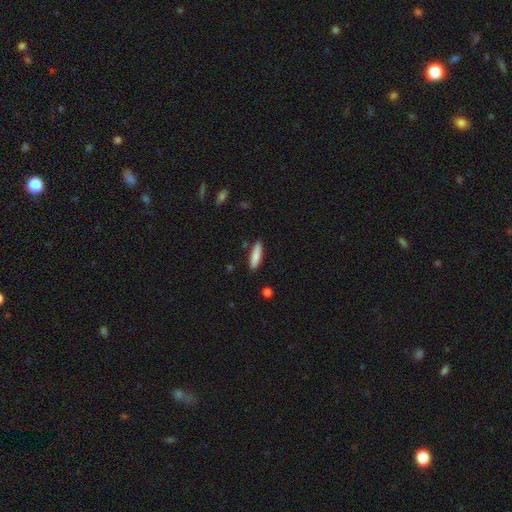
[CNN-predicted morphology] Overall: smooth (85%). How rounded: cigar-shaped (71%). Merging: none (88%).